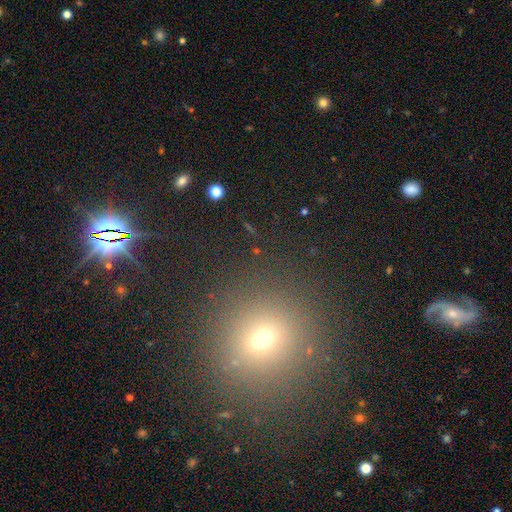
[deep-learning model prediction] This is possibly a smooth galaxy (46%). Merging: clearly none (89%).